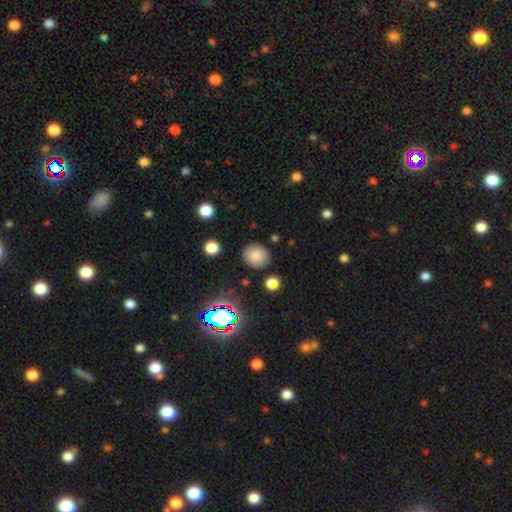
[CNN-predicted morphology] A smooth galaxy with no disk features (80%) that is round (71%). Merging: none (83%).